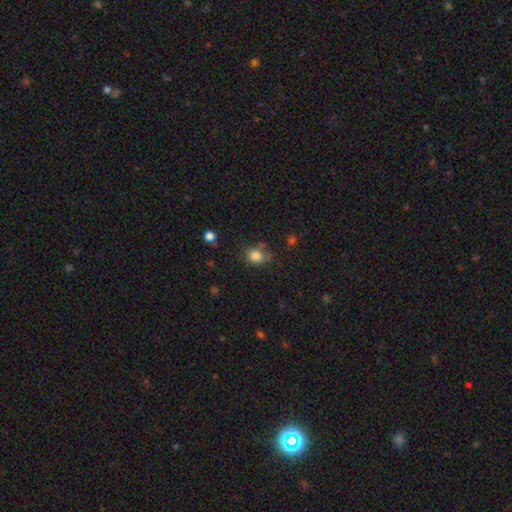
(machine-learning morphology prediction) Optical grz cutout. It shows a smooth galaxy with no disk features (83%) that is round (59%). Merging: none (64%).